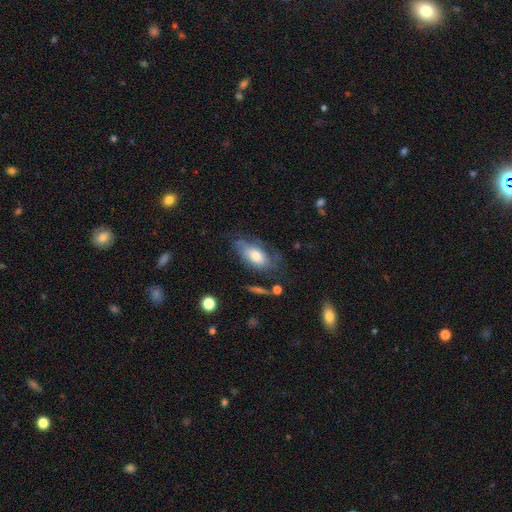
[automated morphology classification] The model was most divided on "smooth or featured": smooth: 55%, featured or disk: 38%, star or artifact: 7%. More confident: how rounded — in between (88%); merging — none (50%).